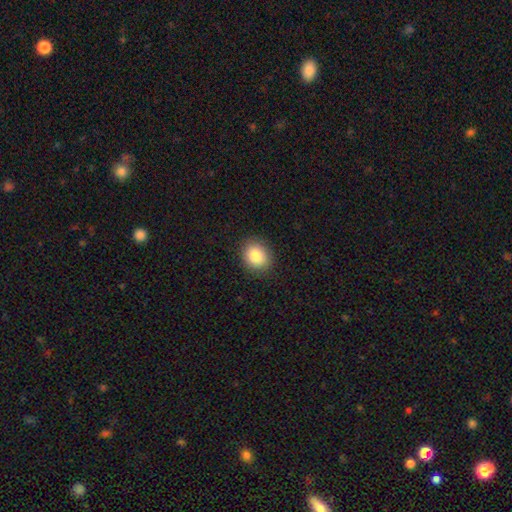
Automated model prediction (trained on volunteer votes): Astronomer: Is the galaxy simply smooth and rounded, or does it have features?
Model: smooth — 86%.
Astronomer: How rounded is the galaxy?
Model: round — 61% (runner-up: in between, 38%).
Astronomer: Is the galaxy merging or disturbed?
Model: none — 89%.